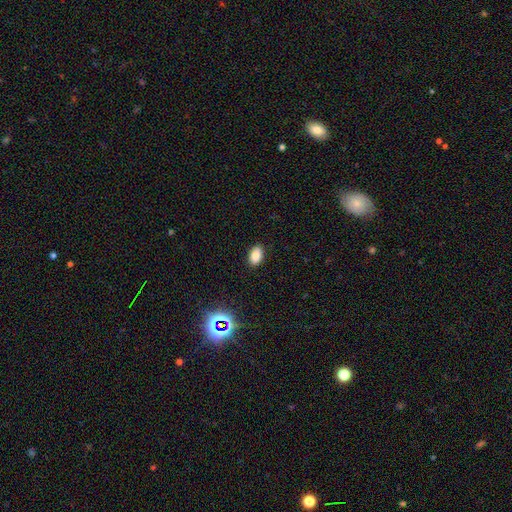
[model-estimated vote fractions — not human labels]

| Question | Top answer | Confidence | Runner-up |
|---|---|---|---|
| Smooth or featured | smooth | 84% | star or artifact (11%) |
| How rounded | in between | 91% | round (8%) |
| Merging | none | 88% | minor disturbance (9%) |